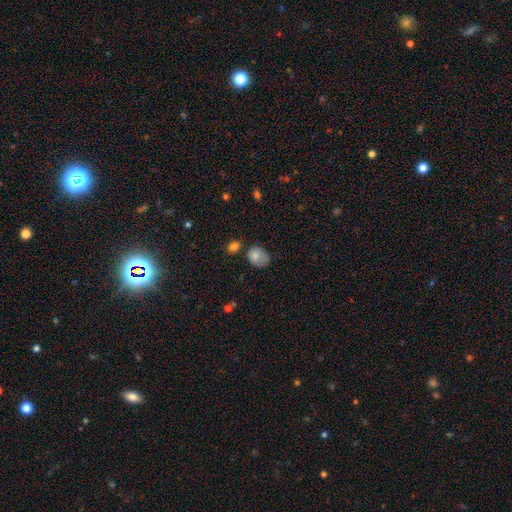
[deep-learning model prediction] smooth-or-featured: smooth: 80% | featured or disk: 11% | star or artifact: 9%
  how-rounded: in between: 51% | round: 48% | cigar-shaped: 1%
  merging: none: 40% | minor disturbance: 36% | major disturbance: 16% | merger: 8%